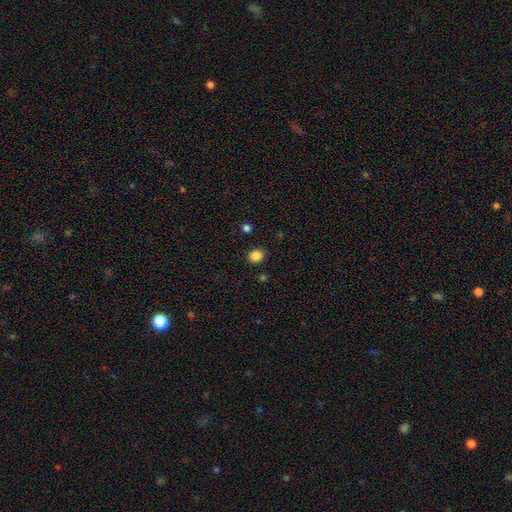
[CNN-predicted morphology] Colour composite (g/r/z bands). It shows a smooth galaxy with no disk features (86%) that is round (63%). Merging: none (88%).